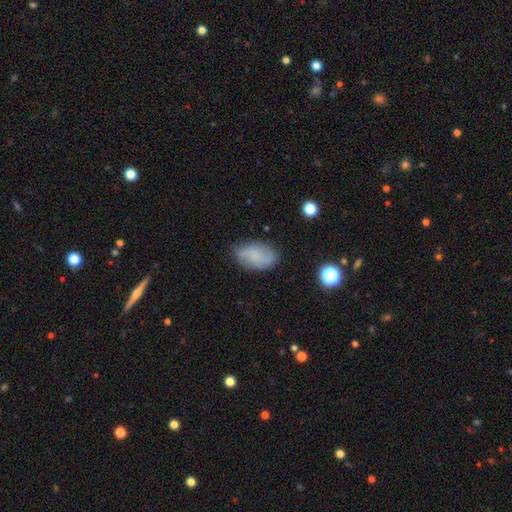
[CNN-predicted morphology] smooth 64%, featured or disk 26%, star or artifact 10%. Down the decision tree: how rounded — in between (90%); merging — none (74%).